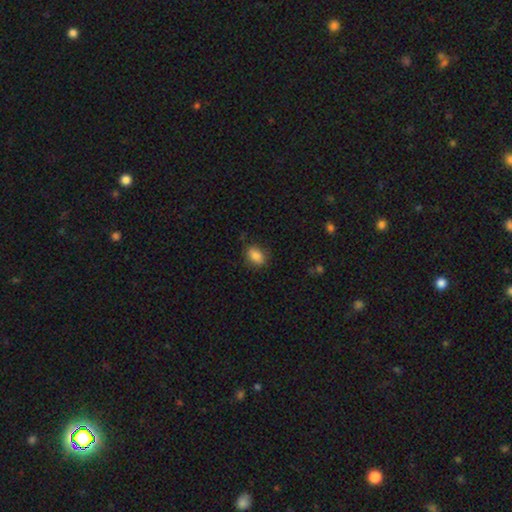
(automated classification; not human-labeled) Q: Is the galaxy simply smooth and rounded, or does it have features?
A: smooth — 86%.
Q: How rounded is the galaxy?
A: in between — 81%.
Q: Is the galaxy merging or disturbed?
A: none — 81%.